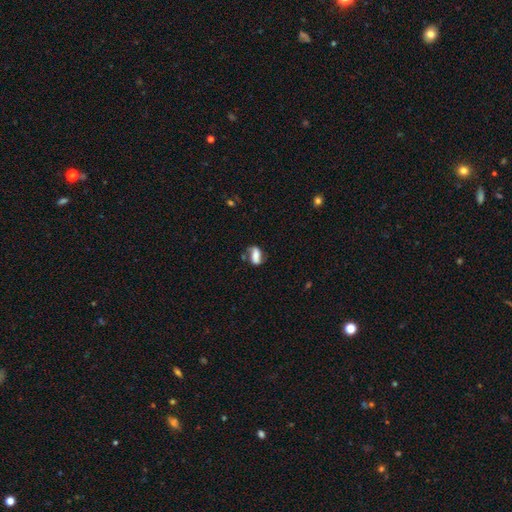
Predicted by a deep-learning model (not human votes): Overall: smooth (55%; featured or disk 36%). How rounded: in between (83%). Merging: none (54%; minor disturbance 27%).